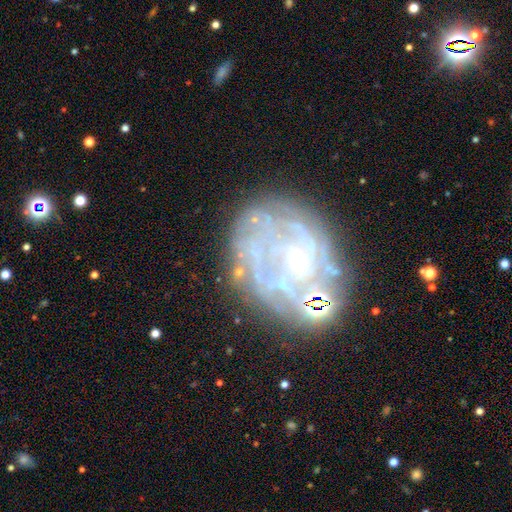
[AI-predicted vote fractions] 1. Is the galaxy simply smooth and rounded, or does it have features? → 73% featured or disk, 15% smooth, 12% star or artifact.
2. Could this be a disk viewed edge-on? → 97% no, 3% yes.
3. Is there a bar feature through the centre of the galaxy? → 79% no, 16% weak, 6% strong.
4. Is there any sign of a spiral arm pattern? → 60% yes, 40% no.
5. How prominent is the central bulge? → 60% small, 26% none, 10% moderate, 2% large, 2% dominant.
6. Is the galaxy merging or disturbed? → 63% none, 19% minor disturbance, 13% major disturbance, 5% merger.